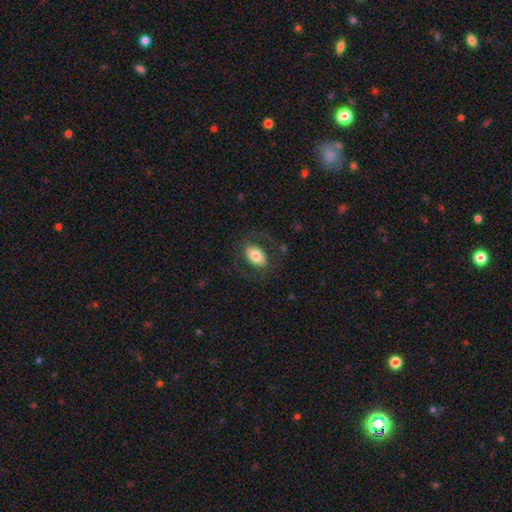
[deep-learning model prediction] Smooth or featured: smooth — 72% (featured or disk — 21%)
How rounded: in between — 87% (round — 12%)
Merging: none — 75% (minor disturbance — 12%)